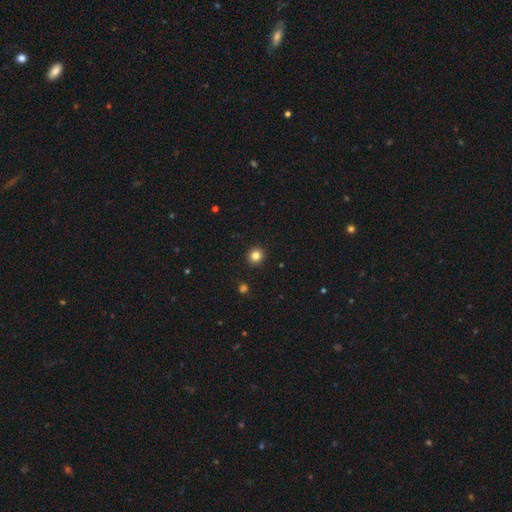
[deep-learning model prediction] smooth 83%, star or artifact 12%, featured or disk 5%. Down the decision tree: how rounded — round (93%); merging — none (93%).